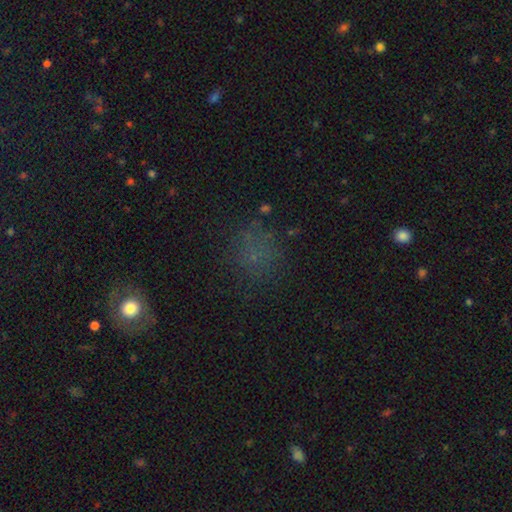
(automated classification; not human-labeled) A smooth galaxy with no disk features (55%) that is round (78%). Merging: none (67%).